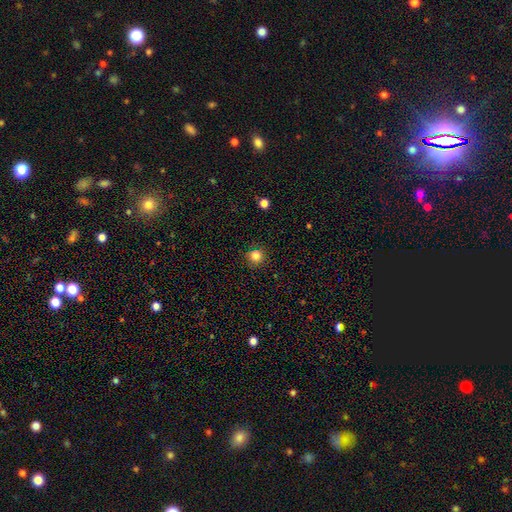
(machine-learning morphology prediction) type=smooth (82%); roundness=round (94%); merging=none (89%).